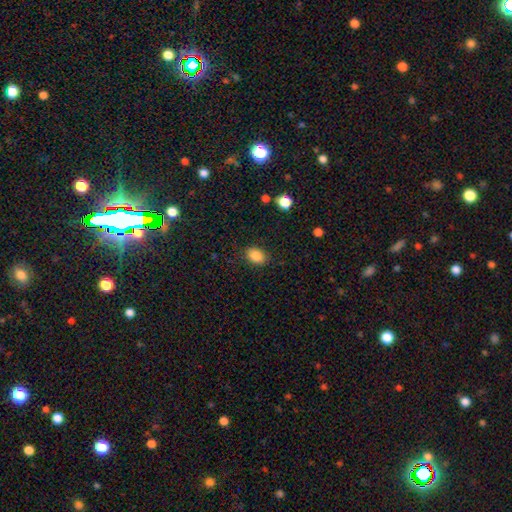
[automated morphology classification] Smooth or featured?
  - smooth: 87% *
  - star or artifact: 9%
  - featured or disk: 4%
How rounded?
  - in between: 75% *
  - round: 24%
  - cigar-shaped: 1%
Merging?
  - none: 86% *
  - minor disturbance: 10%
  - major disturbance: 3%
  - merger: 1%